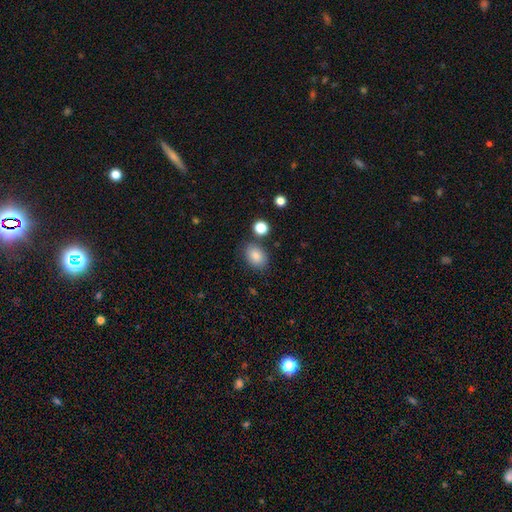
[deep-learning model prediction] Smooth or featured?
  - smooth: 85% *
  - star or artifact: 9%
  - featured or disk: 6%
How rounded?
  - in between: 73% *
  - round: 26%
  - cigar-shaped: 1%
Merging?
  - none: 80% *
  - minor disturbance: 12%
  - merger: 5%
  - major disturbance: 3%